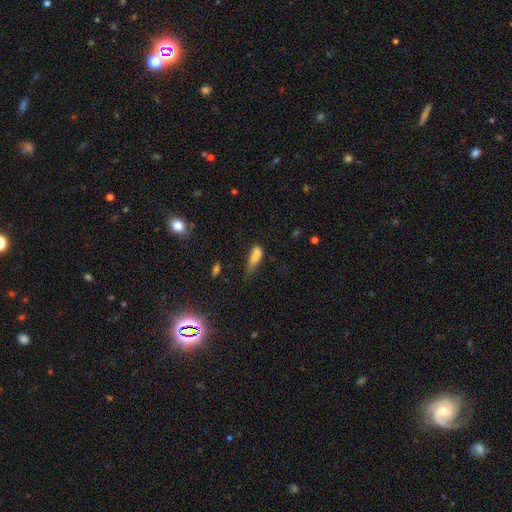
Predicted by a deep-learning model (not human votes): A smooth galaxy with no disk features (66%) that is in between round and cigar-shaped (65%).

Vote fractions:
- Smooth or featured? smooth: 66% / featured or disk: 22% / star or artifact: 12%
- How rounded? in between: 65% / cigar-shaped: 26% / round: 8%
- Merging? merger: 40% / none: 23% / minor disturbance: 21% / major disturbance: 16%